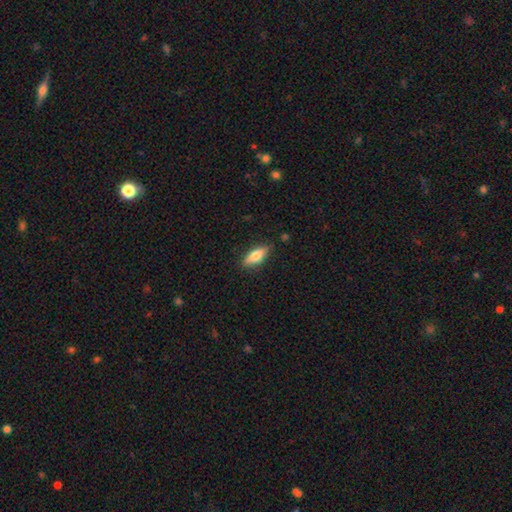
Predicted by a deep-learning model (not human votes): Smooth or featured? Predicted: smooth (p=0.69). How rounded? Predicted: in between (p=0.62). Merging? Predicted: none (p=0.83).